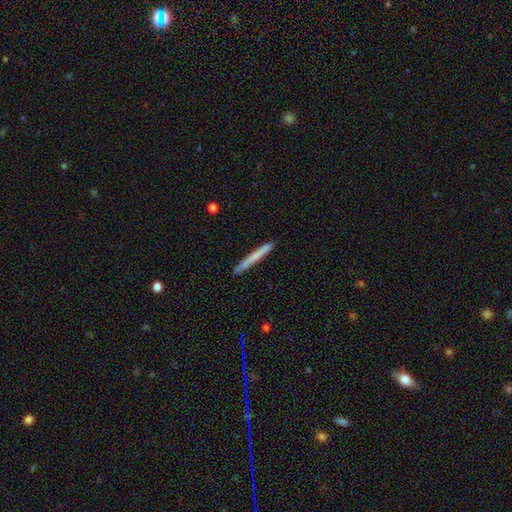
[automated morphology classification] smooth 68%, featured or disk 26%, star or artifact 6%. Down the decision tree: how rounded — cigar-shaped (97%); merging — none (92%).